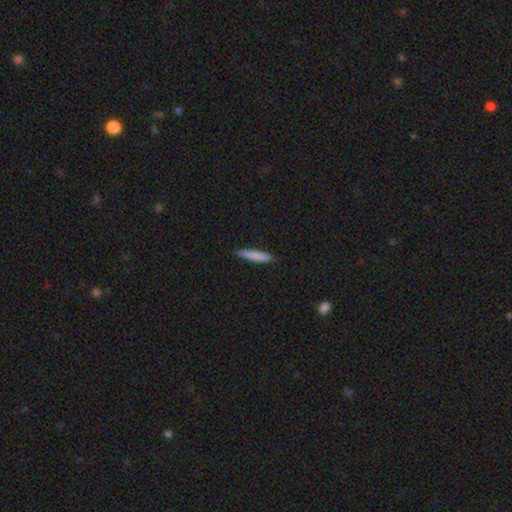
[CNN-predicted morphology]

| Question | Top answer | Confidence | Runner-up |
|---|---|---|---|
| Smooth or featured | smooth | 82% | featured or disk (12%) |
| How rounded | cigar-shaped | 91% | in between (7%) |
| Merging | none | 88% | minor disturbance (9%) |